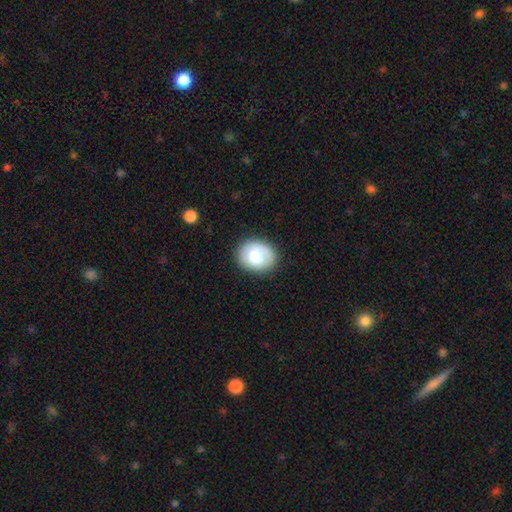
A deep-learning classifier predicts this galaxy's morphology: A smooth galaxy with no disk features (76%) that is in between round and cigar-shaped (52%).

Vote fractions:
- Smooth or featured? smooth: 76% / featured or disk: 17% / star or artifact: 7%
- How rounded? in between: 52% / round: 48% / cigar-shaped: 1%
- Merging? none: 80% / minor disturbance: 14% / major disturbance: 4% / merger: 2%